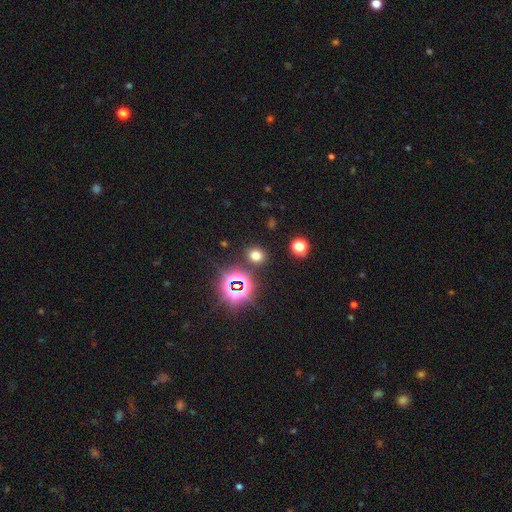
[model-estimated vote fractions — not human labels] Smooth or featured?
  - smooth: 65% *
  - star or artifact: 28%
  - featured or disk: 7%
How rounded?
  - round: 66% *
  - in between: 33%
  - cigar-shaped: 1%
Merging?
  - none: 85% *
  - minor disturbance: 7%
  - merger: 4%
  - major disturbance: 3%